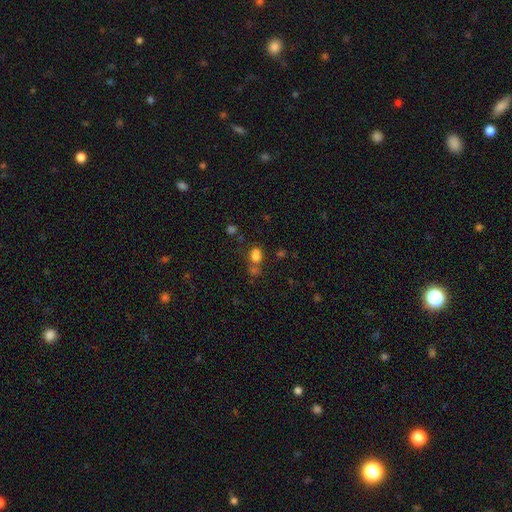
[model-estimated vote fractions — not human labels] Smooth or featured? smooth (76%)
How rounded? in between (69%)
Merging? none (50%)